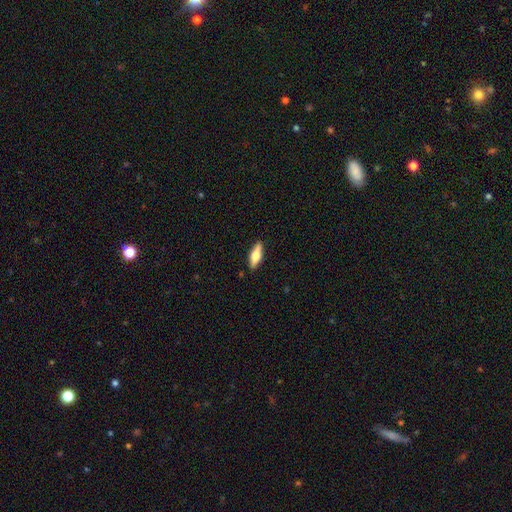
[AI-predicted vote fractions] A smooth galaxy with no disk features (52%) that is in between round and cigar-shaped (54%). Merging: none (89%).